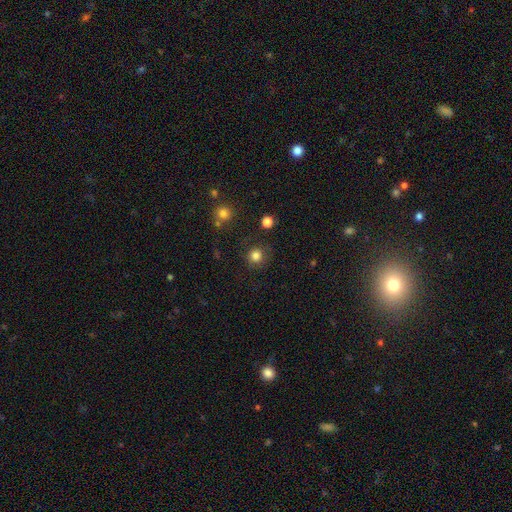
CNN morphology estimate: smooth_or_featured: smooth (p=0.82) [alt: star or artifact p=0.13]
how_rounded: round (p=0.93) [alt: in between p=0.07]
merging: none (p=0.84) [alt: minor disturbance p=0.10]